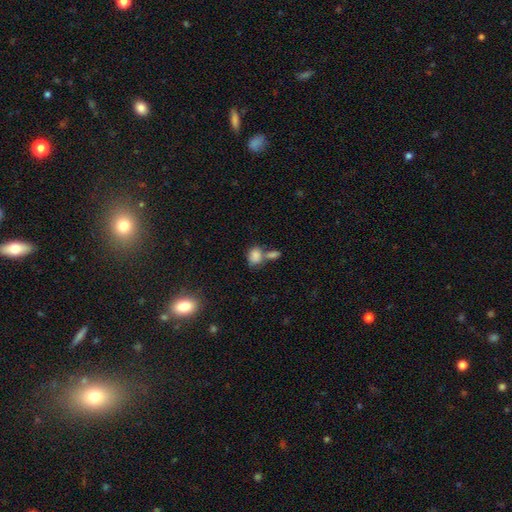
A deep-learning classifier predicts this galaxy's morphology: A smooth galaxy with no disk features (83%) that is in between round and cigar-shaped (68%).

Vote fractions:
- Smooth or featured? smooth: 83% / star or artifact: 9% / featured or disk: 8%
- How rounded? in between: 68% / round: 31% / cigar-shaped: 2%
- Merging? merger: 51% / none: 32% / minor disturbance: 11% / major disturbance: 6%